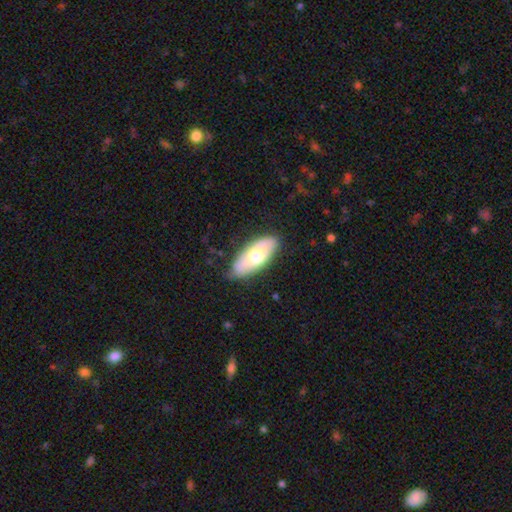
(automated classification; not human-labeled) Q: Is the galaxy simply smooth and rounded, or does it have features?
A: smooth — 56%.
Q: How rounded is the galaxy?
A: in between — 82%.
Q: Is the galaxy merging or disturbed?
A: none — 78%.